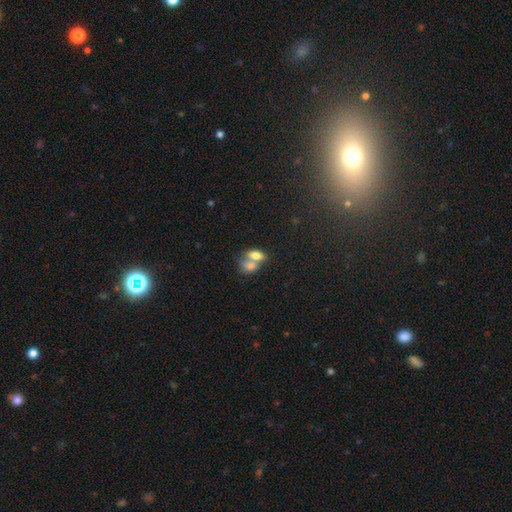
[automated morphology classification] Smooth or featured: smooth — 73% (featured or disk — 19%)
How rounded: in between — 83% (round — 11%)
Merging: merger — 65% (none — 24%)